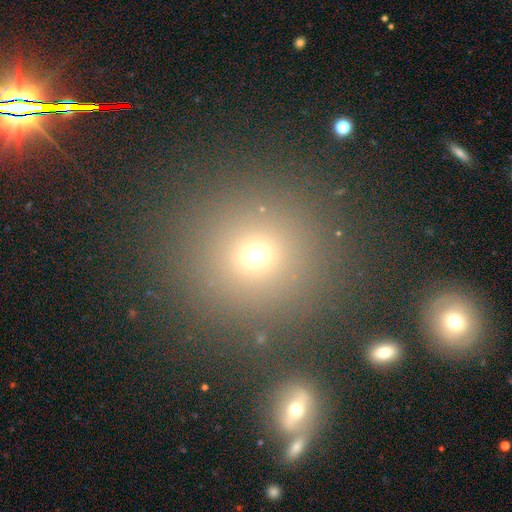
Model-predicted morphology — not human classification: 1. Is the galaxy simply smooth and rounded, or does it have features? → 68% smooth, 22% star or artifact, 10% featured or disk.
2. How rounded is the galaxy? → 92% round, 7% in between, 1% cigar-shaped.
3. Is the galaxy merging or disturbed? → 83% none, 7% minor disturbance, 6% merger, 4% major disturbance.